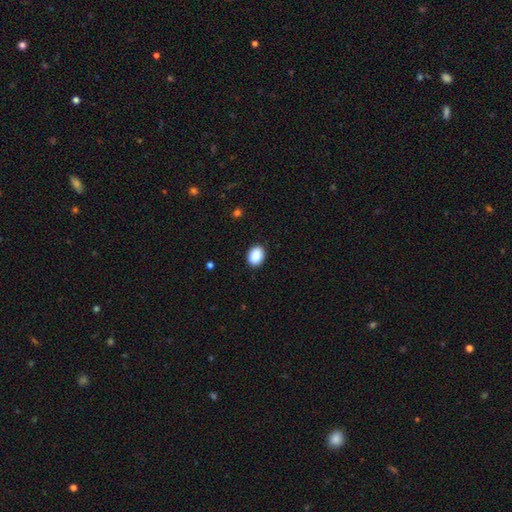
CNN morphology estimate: This is clearly a smooth galaxy (89%). How rounded: likely in between (67%). Merging: clearly none (90%).